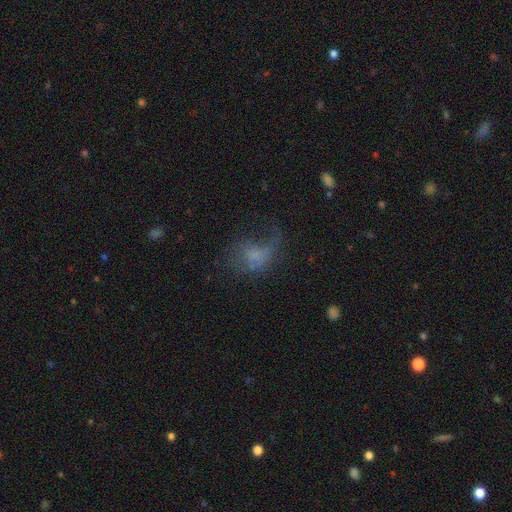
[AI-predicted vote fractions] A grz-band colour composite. It shows a smooth galaxy with no disk features (49%). Merging: major disturbance (47%).